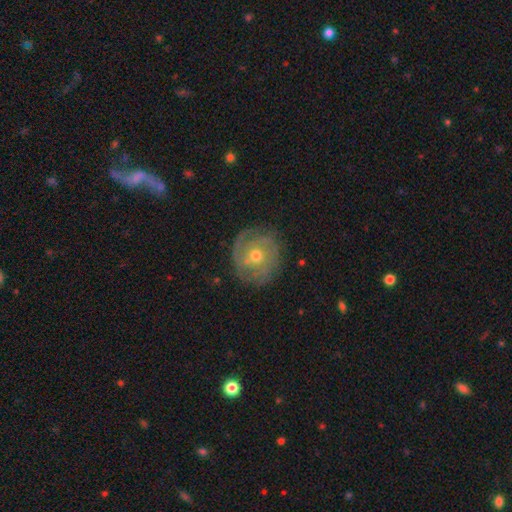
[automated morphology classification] A featured or disk galaxy (74%) with no bar (76%), tight (65%) spiral arms (86%) and a moderate central bulge (62%). Merging: none (78%).